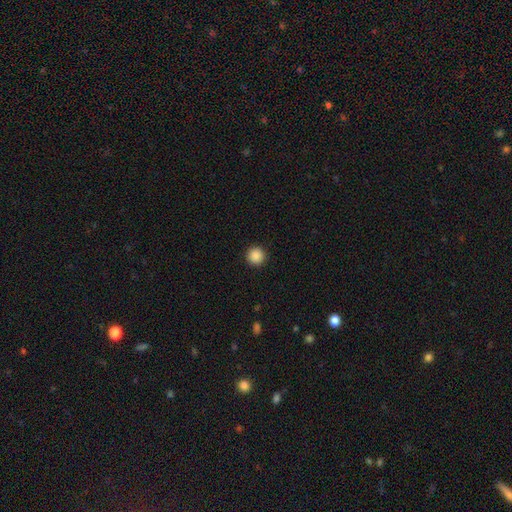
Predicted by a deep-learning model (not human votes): Smooth or featured?
  - smooth: 89% *
  - star or artifact: 9%
  - featured or disk: 2%
How rounded?
  - round: 96% *
  - in between: 3%
  - cigar-shaped: 1%
Merging?
  - none: 93% *
  - minor disturbance: 4%
  - major disturbance: 2%
  - merger: 1%